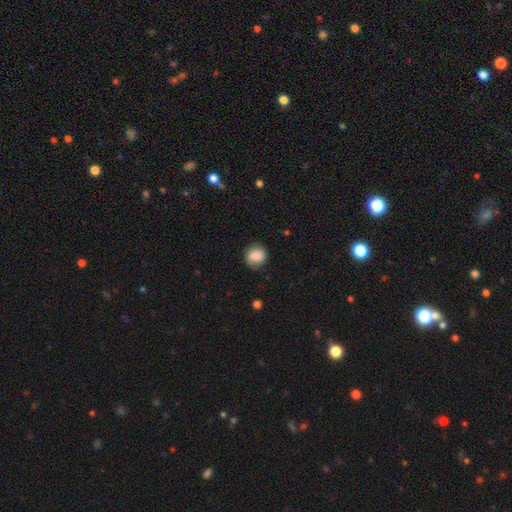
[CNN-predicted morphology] Smooth or featured: smooth — 80% (featured or disk — 12%)
How rounded: round — 82% (in between — 17%)
Merging: none — 78% (minor disturbance — 16%)